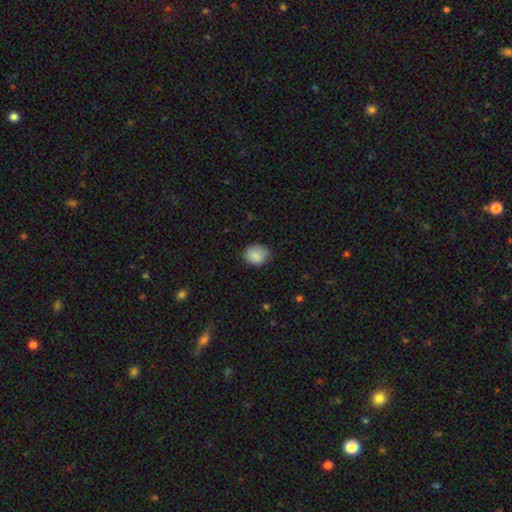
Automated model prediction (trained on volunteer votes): Smooth or featured? smooth (86%)
How rounded? round (67%)
Merging? none (75%)